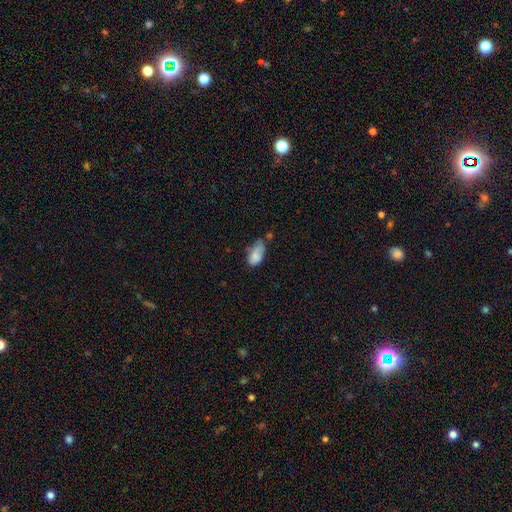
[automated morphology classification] This is likely a smooth galaxy (78%). How rounded: clearly in between (92%). Merging: marginally minor disturbance (42%).